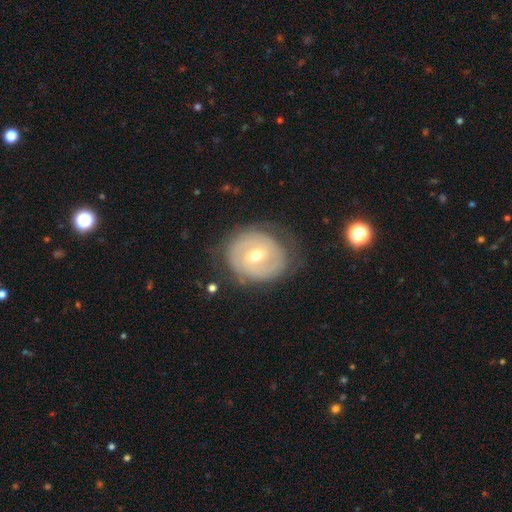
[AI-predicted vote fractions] Smooth or featured? Predicted: featured or disk (p=0.72). Edge-on disk? Predicted: no (p=0.97). Bar? Predicted: weak (p=0.44). Spiral arms? Predicted: yes (p=0.72). Spiral winding? Predicted: tight (p=0.68). Spiral arm count? Predicted: 2 (p=0.48). Bulge size? Predicted: moderate (p=0.59). Merging? Predicted: none (p=0.71).